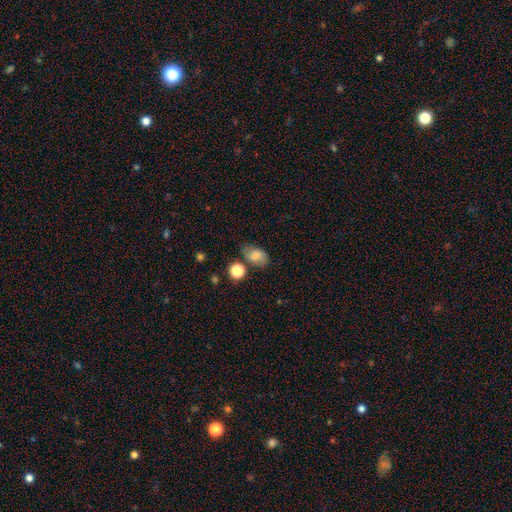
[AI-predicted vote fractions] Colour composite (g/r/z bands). It shows a smooth galaxy with no disk features (70%) that is in between round and cigar-shaped (81%). Merging: none (63%).